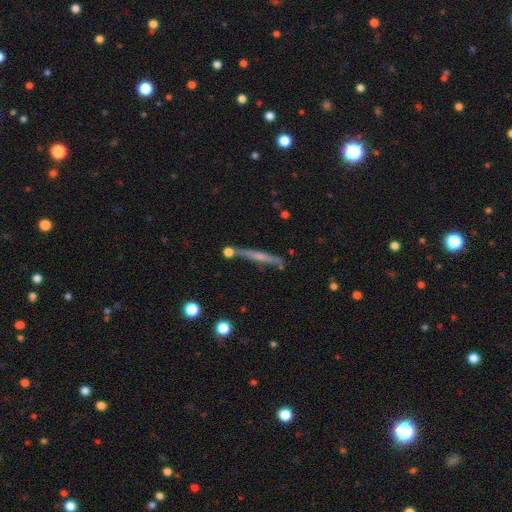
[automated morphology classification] Q: Smooth or featured?
A: featured or disk (61%); runner-up: smooth (27%)
Q: Edge-on disk?
A: yes (92%); runner-up: no (8%)
Q: Edge-on bulge?
A: rounded (60%); runner-up: none (31%)
Q: Merging?
A: none (72%); runner-up: minor disturbance (14%)